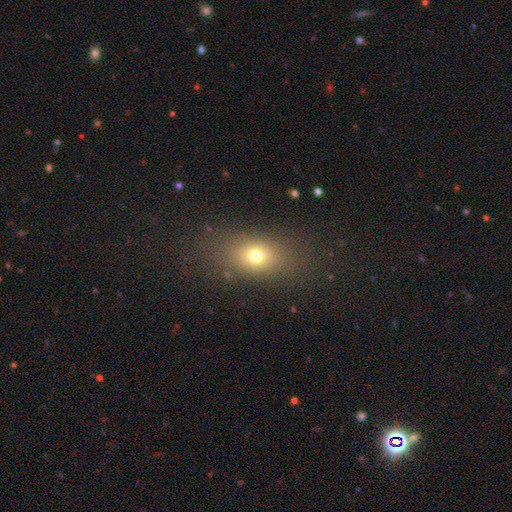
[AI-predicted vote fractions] smooth 70%, star or artifact 16%, featured or disk 14%. Down the decision tree: how rounded — in between (70%); merging — none (79%).